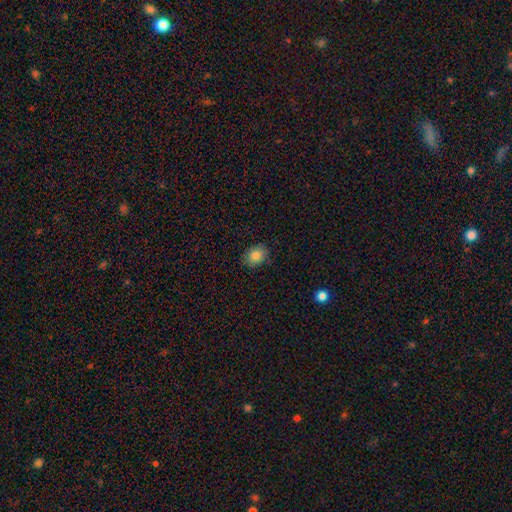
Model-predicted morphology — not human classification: Q: Smooth or featured?
A: smooth (84%); runner-up: star or artifact (9%)
Q: How rounded?
A: in between (62%); runner-up: round (37%)
Q: Merging?
A: none (86%); runner-up: minor disturbance (10%)